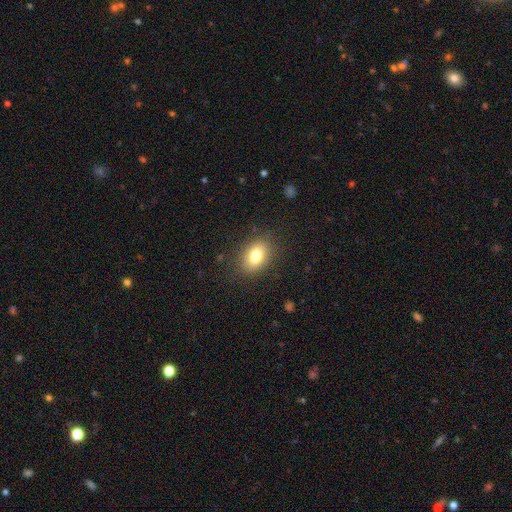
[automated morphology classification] Smooth or featured?
  - smooth: 79% *
  - featured or disk: 11%
  - star or artifact: 10%
How rounded?
  - in between: 80% *
  - round: 19%
  - cigar-shaped: 2%
Merging?
  - none: 85% *
  - minor disturbance: 11%
  - major disturbance: 4%
  - merger: 1%